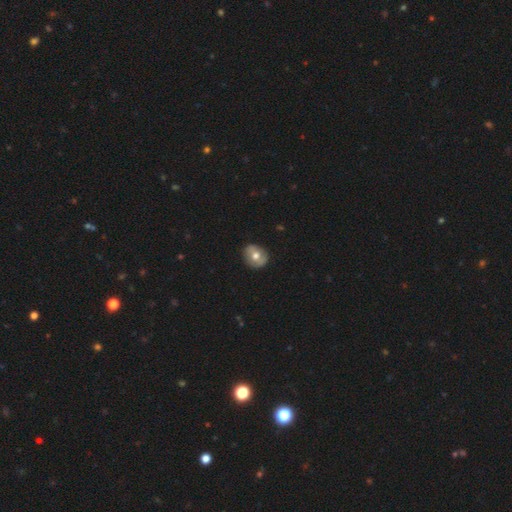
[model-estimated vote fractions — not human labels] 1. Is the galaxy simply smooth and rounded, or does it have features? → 58% smooth, 35% featured or disk, 7% star or artifact.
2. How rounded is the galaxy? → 75% round, 24% in between, 1% cigar-shaped.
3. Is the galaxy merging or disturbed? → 83% none, 13% minor disturbance, 3% major disturbance, 1% merger.